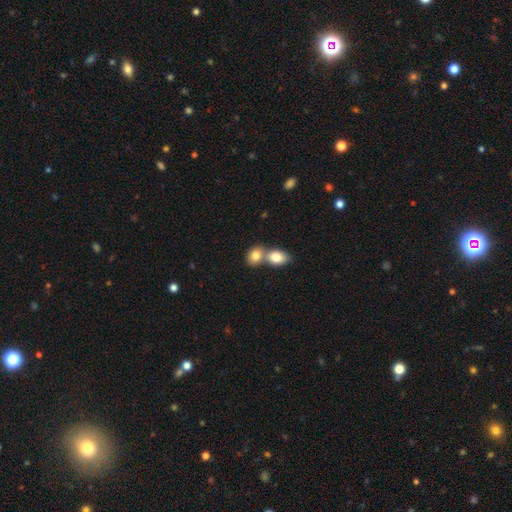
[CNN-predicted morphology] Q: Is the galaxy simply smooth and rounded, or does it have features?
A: smooth — 81%.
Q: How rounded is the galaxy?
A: in between — 59%.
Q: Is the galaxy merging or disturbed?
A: merger — 65%.